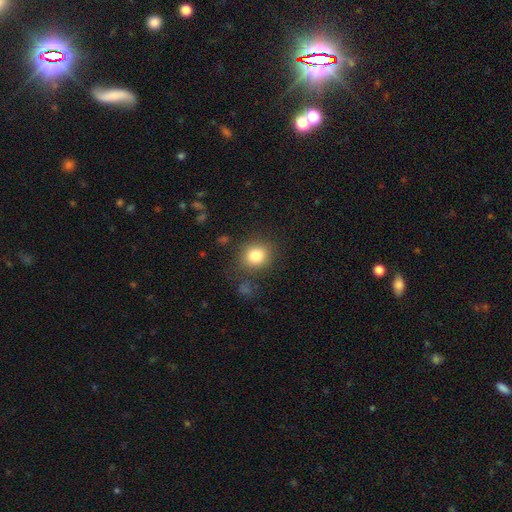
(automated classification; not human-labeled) Q: Smooth or featured?
A: smooth (82%); runner-up: star or artifact (11%)
Q: How rounded?
A: round (76%); runner-up: in between (23%)
Q: Merging?
A: none (81%); runner-up: minor disturbance (11%)